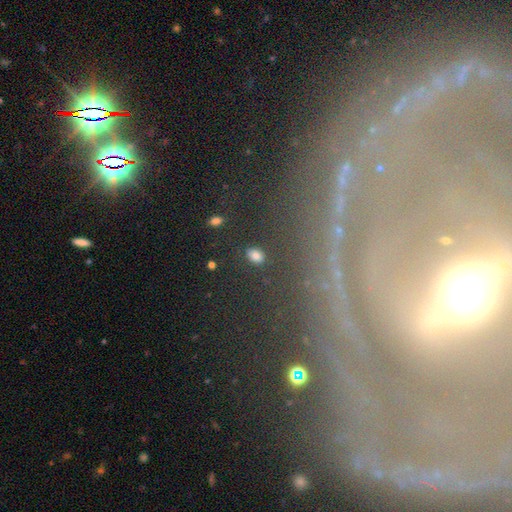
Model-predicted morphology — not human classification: The model was most divided on "how rounded": in between: 79%, round: 19%, cigar-shaped: 2%. More confident: merging — none (86%); smooth or featured — smooth (79%).